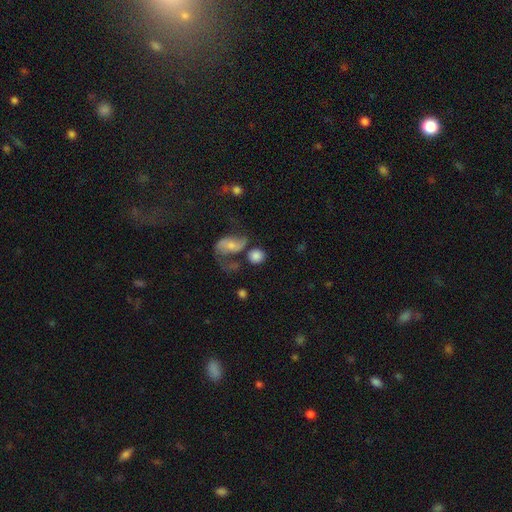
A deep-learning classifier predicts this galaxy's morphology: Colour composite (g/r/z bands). It shows a smooth galaxy with no disk features (75%) that is round (80%). Merging: none (53%).